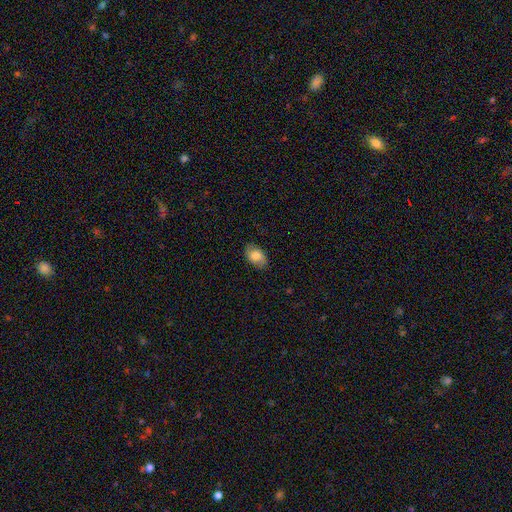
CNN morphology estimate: Smooth or featured?
  - smooth: 78% *
  - featured or disk: 14%
  - star or artifact: 7%
How rounded?
  - in between: 89% *
  - round: 9%
  - cigar-shaped: 1%
Merging?
  - none: 84% *
  - minor disturbance: 13%
  - major disturbance: 3%
  - merger: 1%